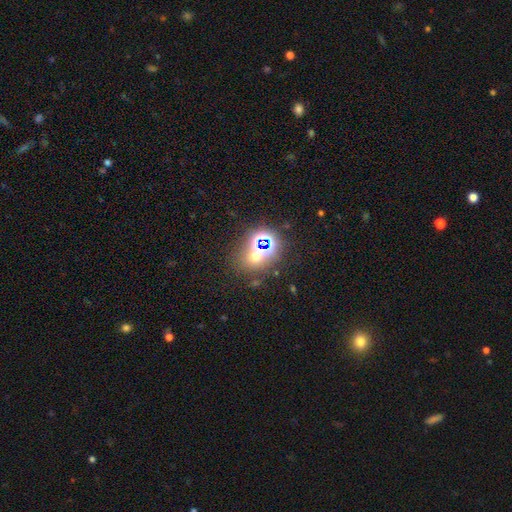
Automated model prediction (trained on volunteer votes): Morphology: type=star or artifact (48%).